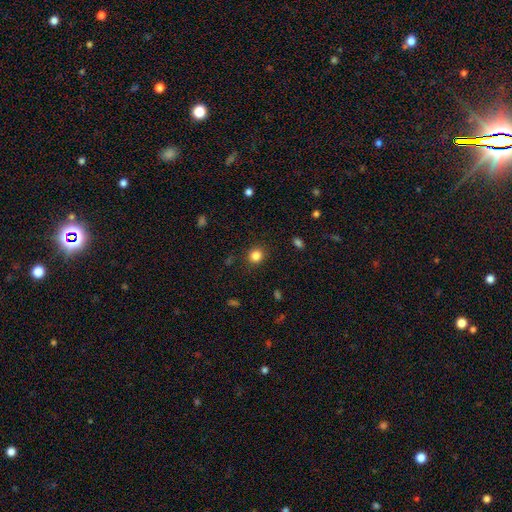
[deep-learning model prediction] smooth-or-featured: smooth: 83% | star or artifact: 12% | featured or disk: 5%
  how-rounded: round: 86% | in between: 13% | cigar-shaped: 1%
  merging: none: 89% | minor disturbance: 7% | major disturbance: 3% | merger: 1%